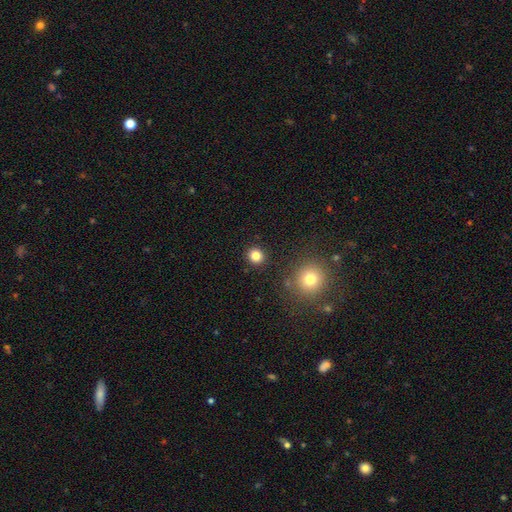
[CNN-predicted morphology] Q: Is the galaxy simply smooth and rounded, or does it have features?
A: smooth — 82%.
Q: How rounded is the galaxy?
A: round — 91%.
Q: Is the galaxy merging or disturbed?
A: none — 90%.